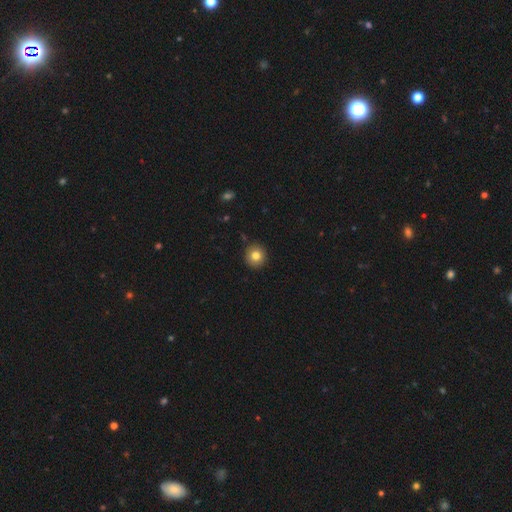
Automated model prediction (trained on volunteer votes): smooth-or-featured: smooth: 81% | star or artifact: 10% | featured or disk: 9%
  how-rounded: round: 93% | in between: 7% | cigar-shaped: 1%
  merging: none: 90% | minor disturbance: 7% | major disturbance: 2% | merger: 1%